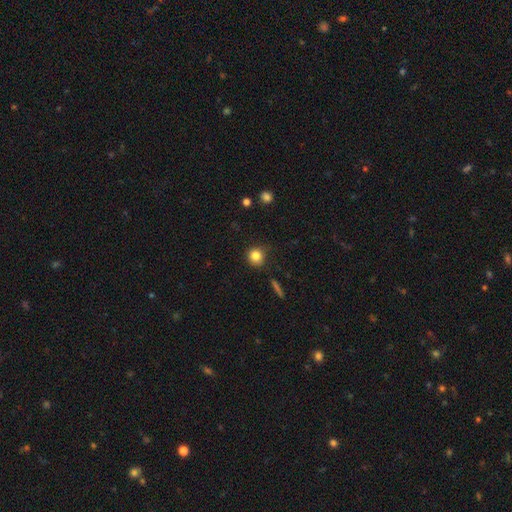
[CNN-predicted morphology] This is clearly a smooth galaxy (83%). How rounded: clearly round (90%). Merging: clearly none (84%).